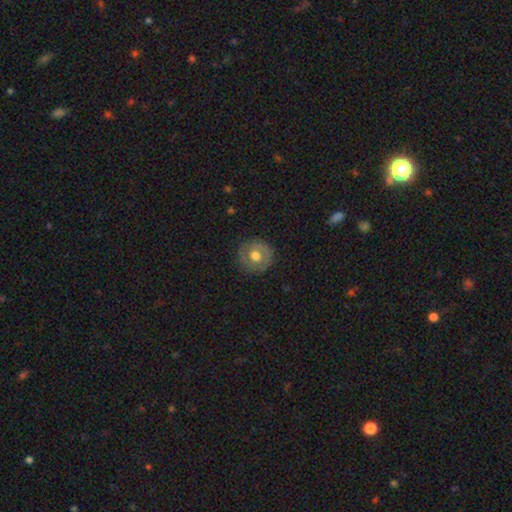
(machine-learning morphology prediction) This appears to be a smooth galaxy with no disk features (58%) that is round (92%). Merging: none (86%).